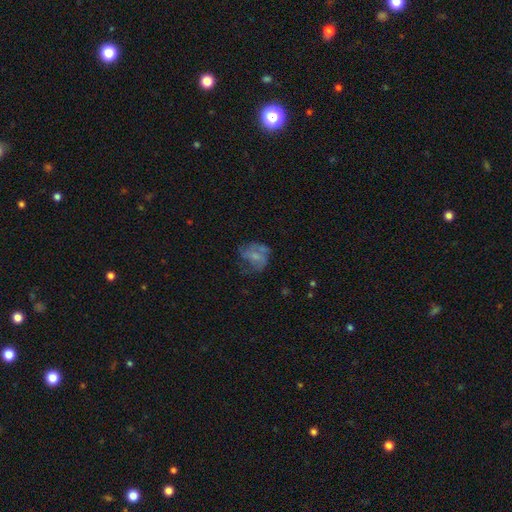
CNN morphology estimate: Smooth or featured?
  - featured or disk: 53% *
  - smooth: 37%
  - star or artifact: 10%
Edge-on disk?
  - no: 98% *
  - yes: 2%
Bar?
  - no: 68% *
  - weak: 28%
  - strong: 5%
Spiral arms?
  - yes: 63% *
  - no: 37%
Bulge size?
  - small: 43% *
  - none: 30%
  - moderate: 23%
  - large: 3%
  - dominant: 1%
Merging?
  - none: 45% *
  - major disturbance: 28%
  - minor disturbance: 24%
  - merger: 3%